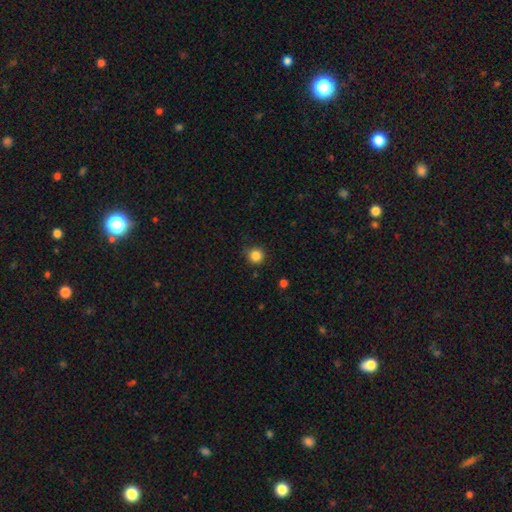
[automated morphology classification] Smooth or featured: smooth — 85% (star or artifact — 12%)
How rounded: round — 94% (in between — 5%)
Merging: none — 85% (minor disturbance — 11%)